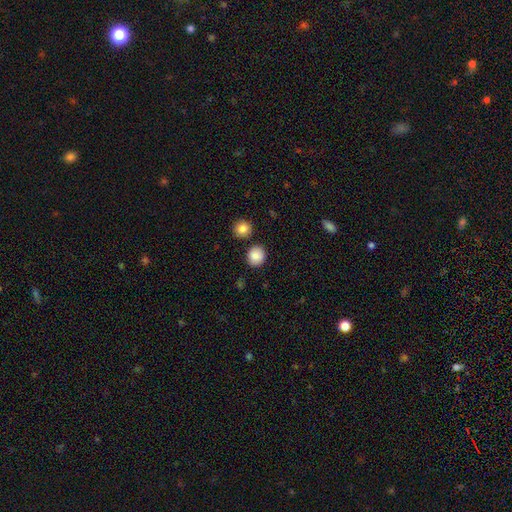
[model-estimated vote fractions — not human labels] This appears to be a smooth galaxy with no disk features (87%) that is round (80%). Merging: none (84%).